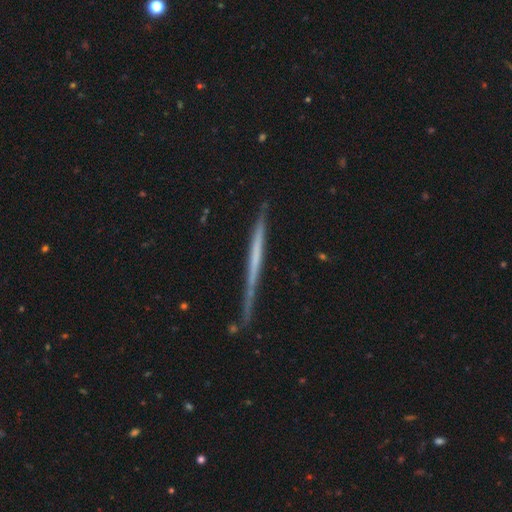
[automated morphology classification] type=featured or disk (60%); edge-on=yes (97%); edge-on bulge=none (90%); merging=none (80%).